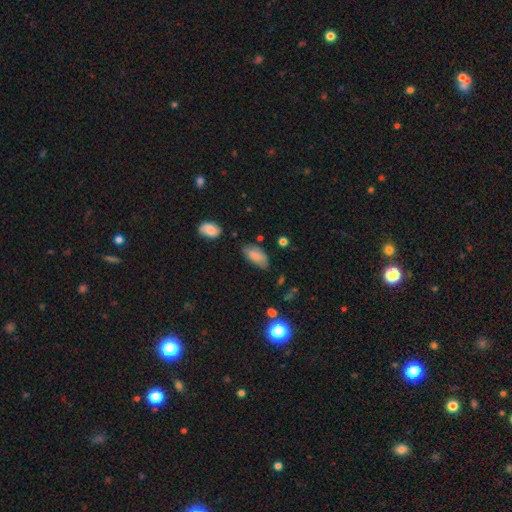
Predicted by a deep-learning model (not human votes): Overall: smooth (78%). How rounded: in between (92%). Merging: none (63%; minor disturbance 28%).